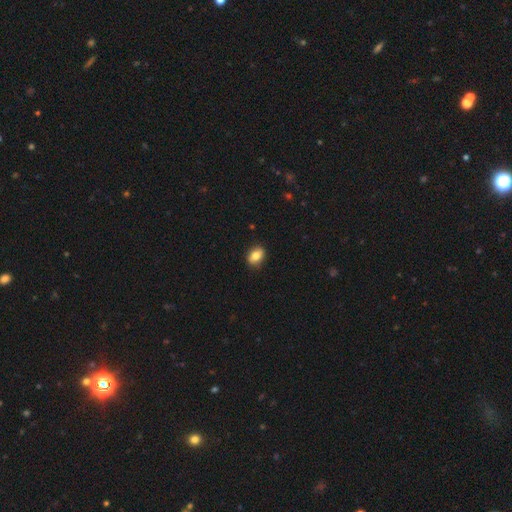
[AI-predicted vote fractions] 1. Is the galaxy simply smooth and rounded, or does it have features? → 81% smooth, 10% featured or disk, 8% star or artifact.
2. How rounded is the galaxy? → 74% in between, 24% round, 2% cigar-shaped.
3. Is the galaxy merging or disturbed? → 87% none, 10% minor disturbance, 2% major disturbance, 1% merger.